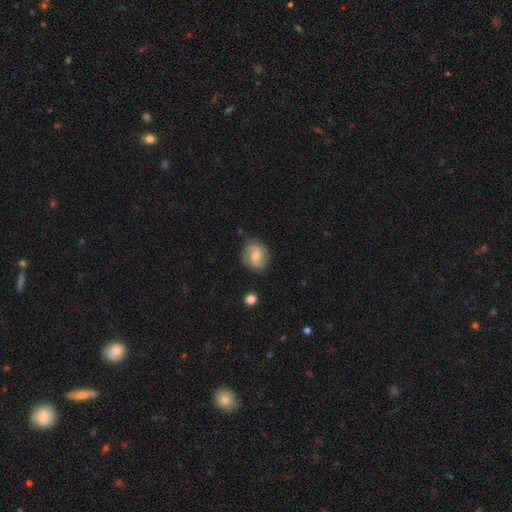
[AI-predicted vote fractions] smooth_or_featured: featured or disk (p=0.52) [alt: smooth p=0.40]
disk_edge_on: no (p=0.97) [alt: yes p=0.03]
bar: no (p=0.50) [alt: weak p=0.41]
has_spiral_arms: yes (p=0.85) [alt: no p=0.15]
bulge_size: moderate (p=0.55) [alt: small p=0.40]
merging: none (p=0.75) [alt: minor disturbance p=0.19]